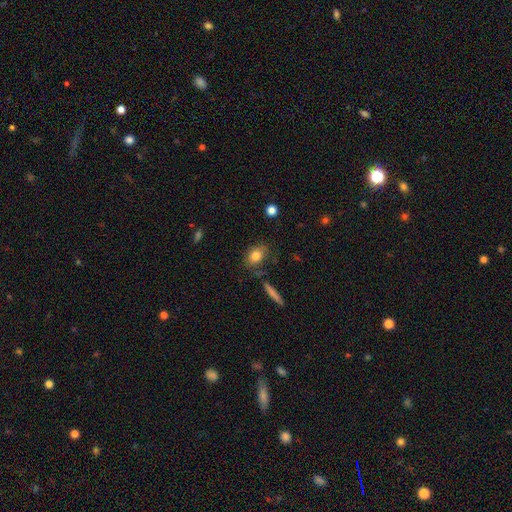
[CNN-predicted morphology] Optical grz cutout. It shows a smooth galaxy with no disk features (80%) that is in between round and cigar-shaped (67%). Merging: none (74%).